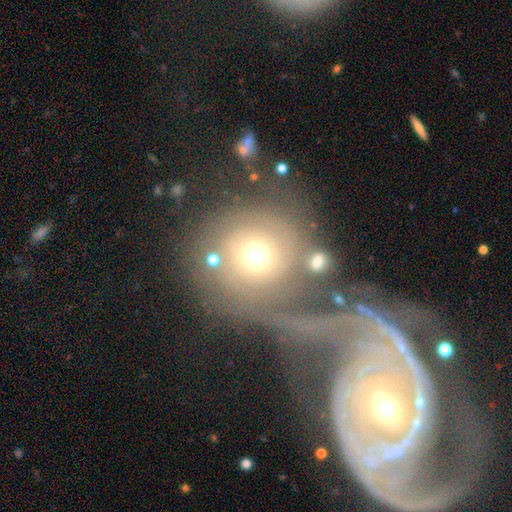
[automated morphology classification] featured or disk 54%, smooth 34%, star or artifact 11%. Down the decision tree: edge-on disk — no (96%); bar — no (79%); spiral arms — yes (71%); bulge size — moderate (64%); merging — merger (32%, tied with none).